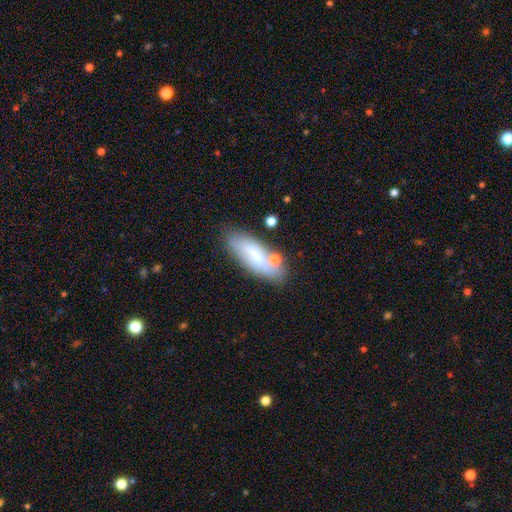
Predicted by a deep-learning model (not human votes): Overall: smooth (63%; featured or disk 29%). How rounded: in between (67%; cigar-shaped 31%). Merging: none (61%).